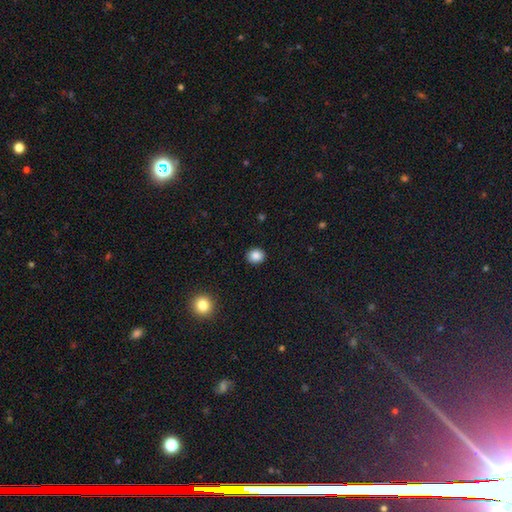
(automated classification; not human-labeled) Q: Smooth or featured?
A: smooth (86%); runner-up: star or artifact (10%)
Q: How rounded?
A: round (74%); runner-up: in between (25%)
Q: Merging?
A: none (91%); runner-up: minor disturbance (6%)